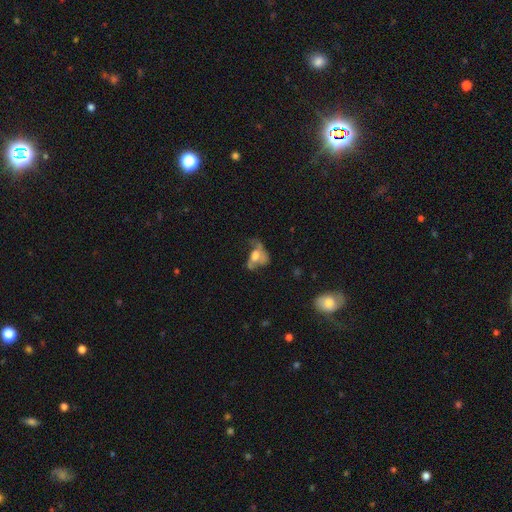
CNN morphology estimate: smooth_or_featured: featured or disk (p=0.47) [alt: smooth p=0.41]
merging: major disturbance (p=0.48) [alt: none p=0.21]